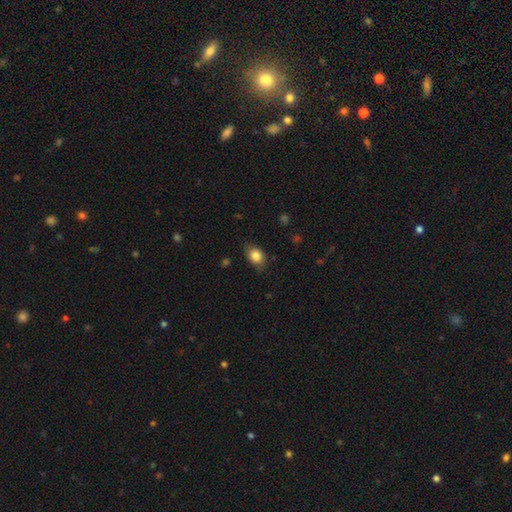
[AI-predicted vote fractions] The model was most divided on "how rounded": in between: 72%, round: 26%, cigar-shaped: 1%. More confident: smooth or featured — smooth (85%); merging — none (75%).